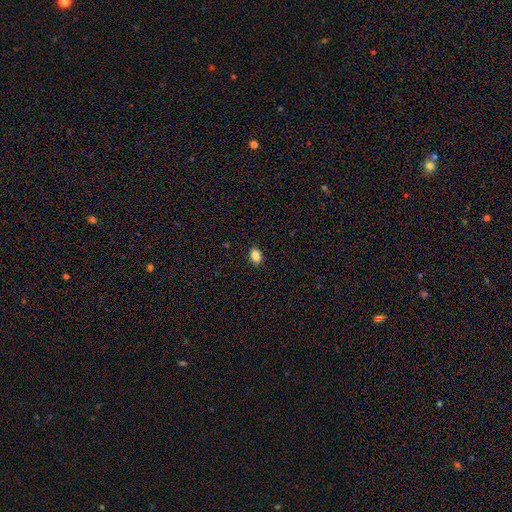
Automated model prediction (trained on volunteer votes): Q: Smooth or featured?
A: smooth (86%); runner-up: star or artifact (9%)
Q: How rounded?
A: in between (85%); runner-up: round (13%)
Q: Merging?
A: none (89%); runner-up: minor disturbance (8%)